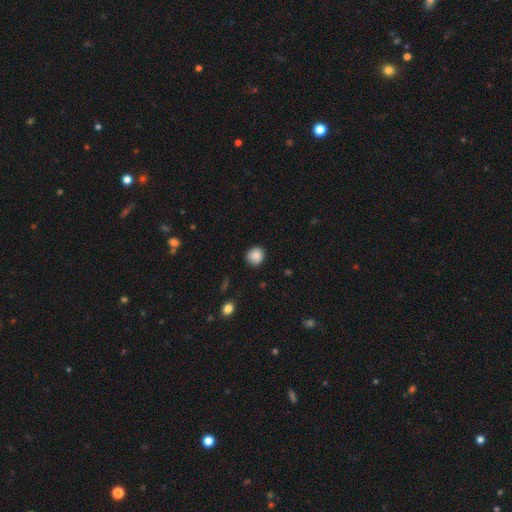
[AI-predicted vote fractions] Q: Smooth or featured?
A: smooth (88%); runner-up: star or artifact (9%)
Q: How rounded?
A: round (88%); runner-up: in between (11%)
Q: Merging?
A: none (88%); runner-up: minor disturbance (9%)